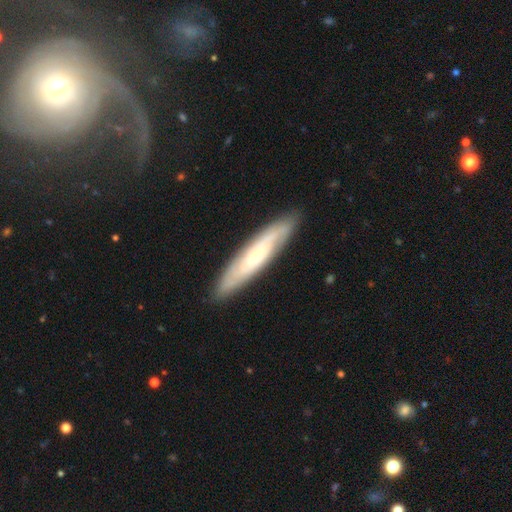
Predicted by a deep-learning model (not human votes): smooth-or-featured: featured or disk: 53% | smooth: 42% | star or artifact: 6%
  disk-edge-on: no: 52% | yes: 48%
  merging: none: 86% | minor disturbance: 11% | major disturbance: 2% | merger: 1%